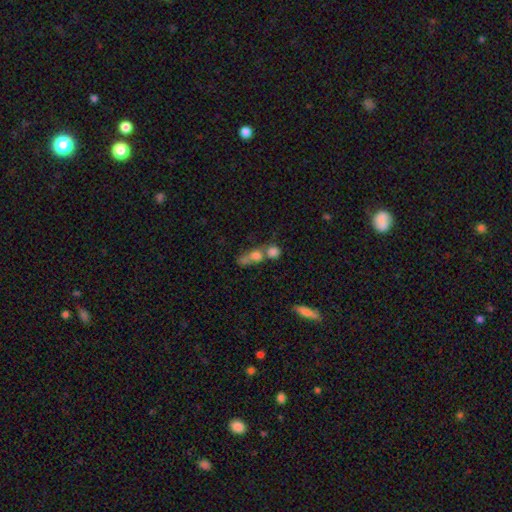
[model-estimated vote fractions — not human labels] smooth_or_featured: smooth (p=0.68) [alt: featured or disk p=0.20]
how_rounded: round (p=0.48) [alt: in between p=0.39]
merging: merger (p=0.58) [alt: none p=0.25]